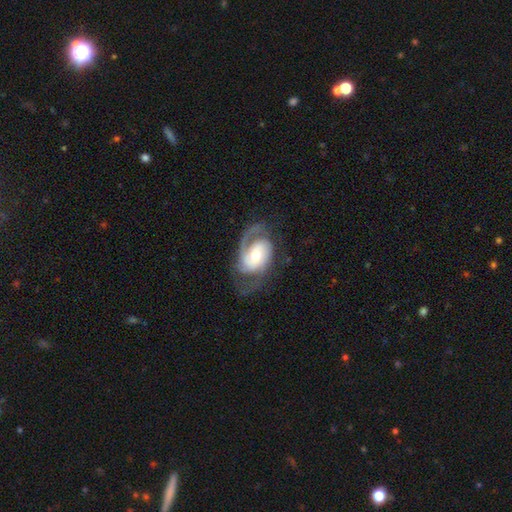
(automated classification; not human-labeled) Overall: featured or disk (85%). Edge-on disk: no (97%). Bar: no (53%; weak 37%). Spiral arms: yes (96%). Spiral arm count: 2 (51%; 1 16%). Spiral winding: medium (45%; tight 38%). Bulge size: moderate (63%). Merging: none (58%; minor disturbance 20%).